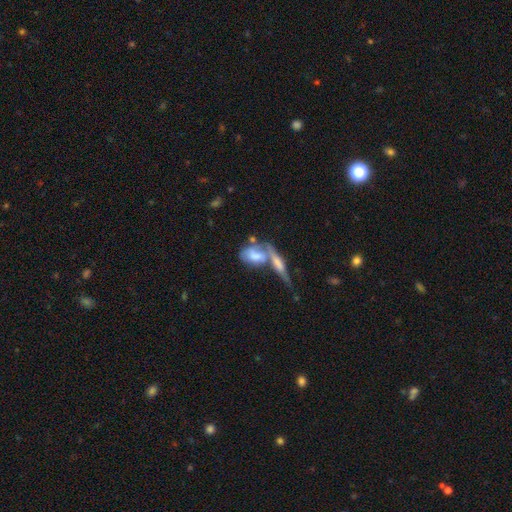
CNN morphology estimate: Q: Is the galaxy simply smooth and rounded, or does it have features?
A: smooth — 48%.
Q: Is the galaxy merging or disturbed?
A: merger — 57%.